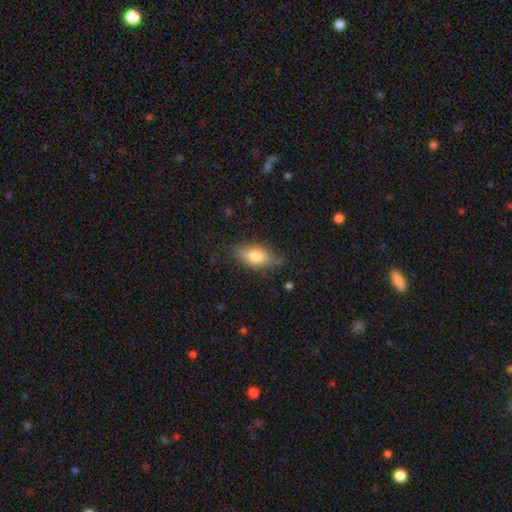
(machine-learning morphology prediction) smooth 71%, featured or disk 22%, star or artifact 7%. Down the decision tree: how rounded — in between (83%); merging — none (76%).